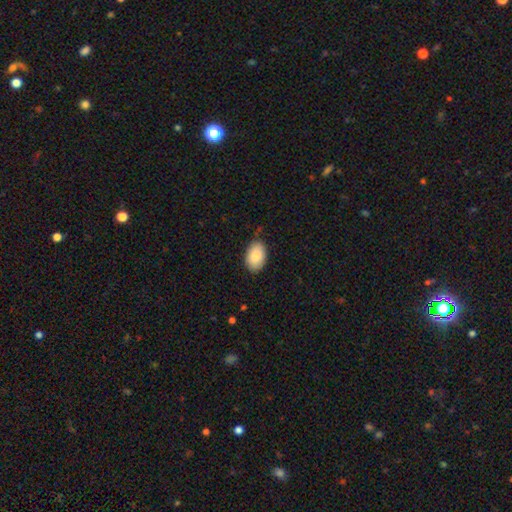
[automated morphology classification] A smooth galaxy with no disk features (84%) that is in between round and cigar-shaped (90%).

Vote fractions:
- Smooth or featured? smooth: 84% / featured or disk: 10% / star or artifact: 7%
- How rounded? in between: 90% / round: 9% / cigar-shaped: 1%
- Merging? none: 82% / minor disturbance: 14% / major disturbance: 2% / merger: 1%